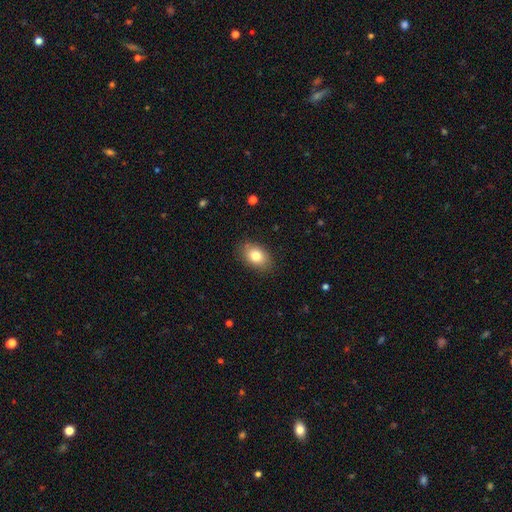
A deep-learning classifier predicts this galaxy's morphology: A smooth galaxy with no disk features (81%) that is in between round and cigar-shaped (80%). Merging: none (85%).